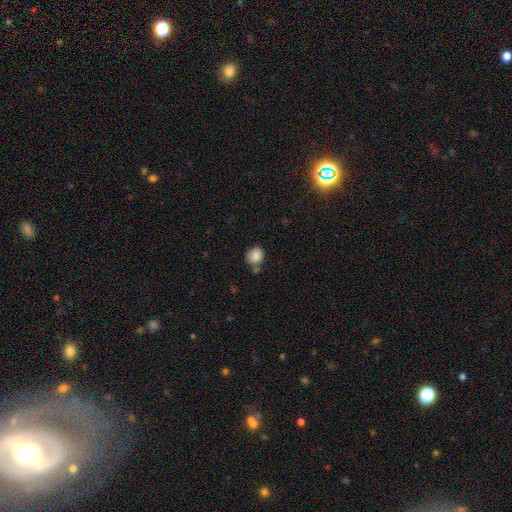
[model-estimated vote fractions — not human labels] Morphology: type=smooth (86%); roundness=round (73%); merging=none (63%).